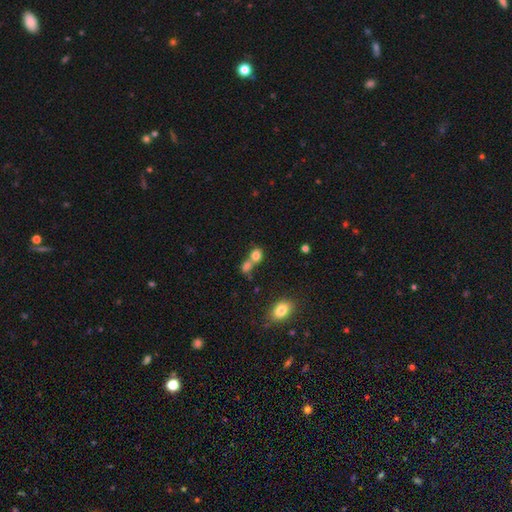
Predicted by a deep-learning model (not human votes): Morphology: type=smooth (79%); roundness=round (65%); merging=merger (56%).